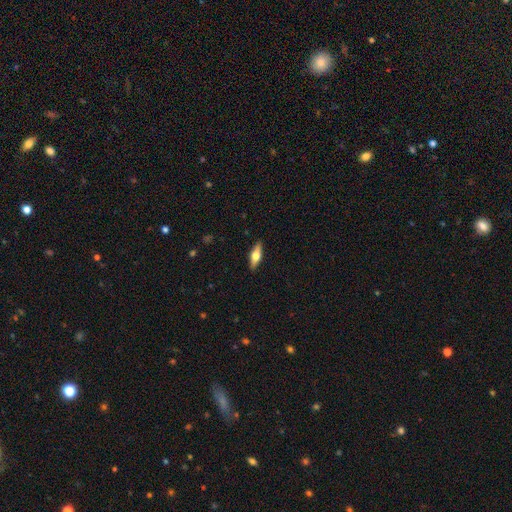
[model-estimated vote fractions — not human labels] Smooth or featured: featured or disk — 47% (tied with smooth — 47%)
Merging: none — 90% (minor disturbance — 8%)